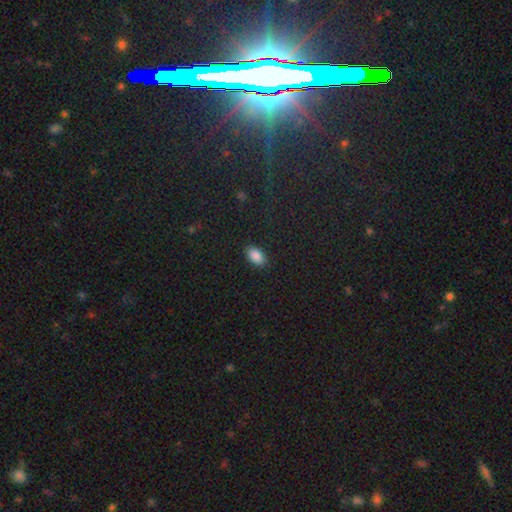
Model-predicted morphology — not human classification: Q: Smooth or featured?
A: smooth (88%); runner-up: star or artifact (8%)
Q: How rounded?
A: in between (93%); runner-up: round (5%)
Q: Merging?
A: none (89%); runner-up: minor disturbance (8%)